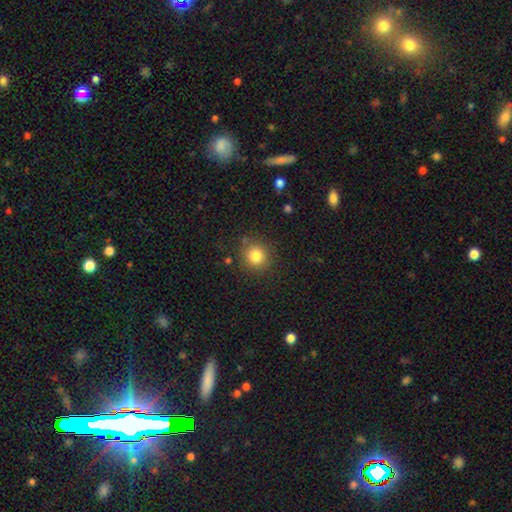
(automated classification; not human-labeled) Q: Smooth or featured?
A: smooth (82%); runner-up: star or artifact (12%)
Q: How rounded?
A: round (90%); runner-up: in between (9%)
Q: Merging?
A: none (85%); runner-up: minor disturbance (9%)